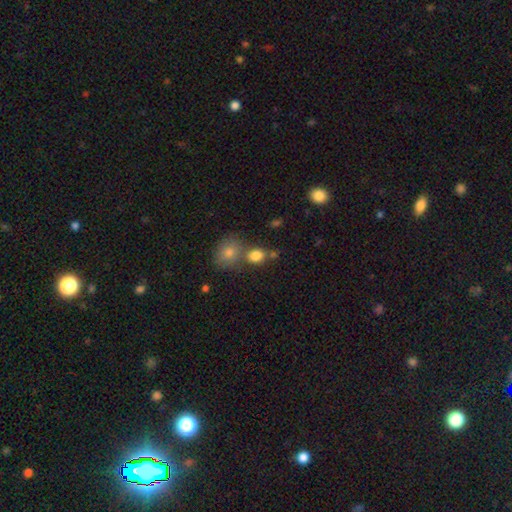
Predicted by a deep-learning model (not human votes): smooth-or-featured: smooth: 82% | star or artifact: 10% | featured or disk: 7%
  how-rounded: in between: 55% | round: 43% | cigar-shaped: 2%
  merging: none: 52% | merger: 32% | minor disturbance: 11% | major disturbance: 4%